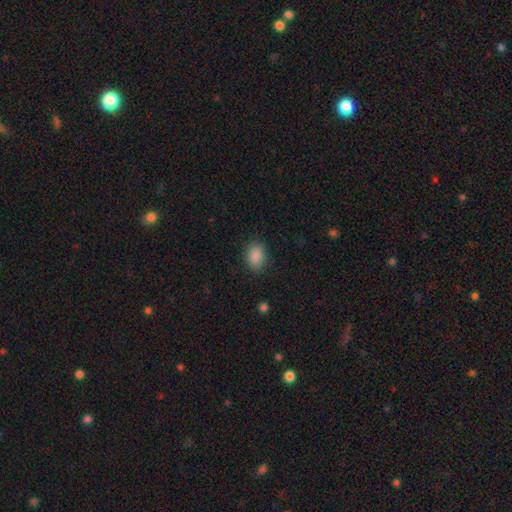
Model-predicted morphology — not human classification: A smooth galaxy with no disk features (88%) that is in between round and cigar-shaped (79%). Merging: none (84%).